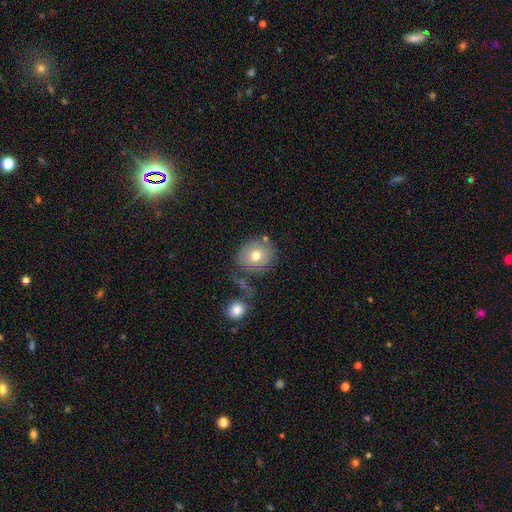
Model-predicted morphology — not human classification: smooth 71%, featured or disk 20%, star or artifact 9%. Down the decision tree: how rounded — round (81%); merging — none (64%).